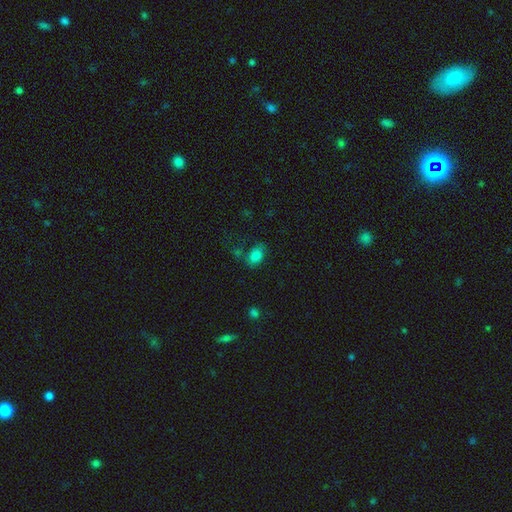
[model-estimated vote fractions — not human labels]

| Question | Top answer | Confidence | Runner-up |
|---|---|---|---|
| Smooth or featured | smooth | 79% | star or artifact (14%) |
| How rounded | in between | 85% | round (14%) |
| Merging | none | 52% | minor disturbance (21%) |